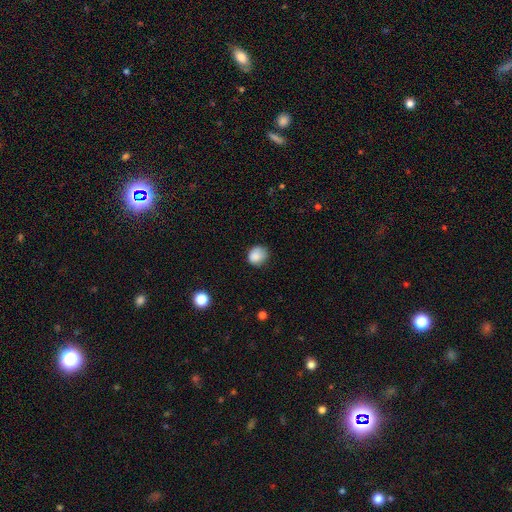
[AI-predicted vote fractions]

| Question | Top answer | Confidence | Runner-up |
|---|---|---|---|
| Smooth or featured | smooth | 86% | star or artifact (9%) |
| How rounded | round | 76% | in between (23%) |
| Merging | none | 69% | minor disturbance (24%) |